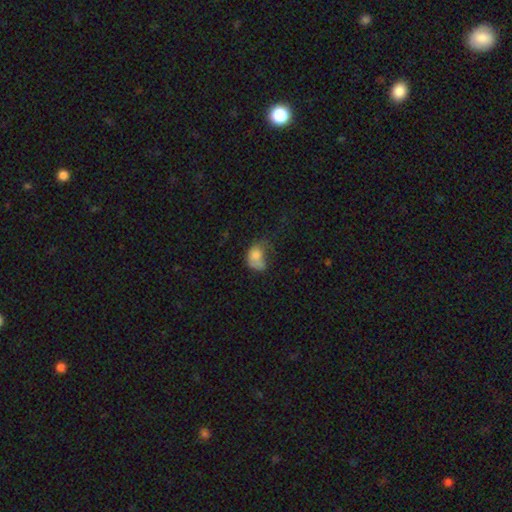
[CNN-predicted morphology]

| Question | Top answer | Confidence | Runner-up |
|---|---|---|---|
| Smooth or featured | smooth | 71% | featured or disk (19%) |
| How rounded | in between | 72% | round (27%) |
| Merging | major disturbance | 43% | minor disturbance (25%) |